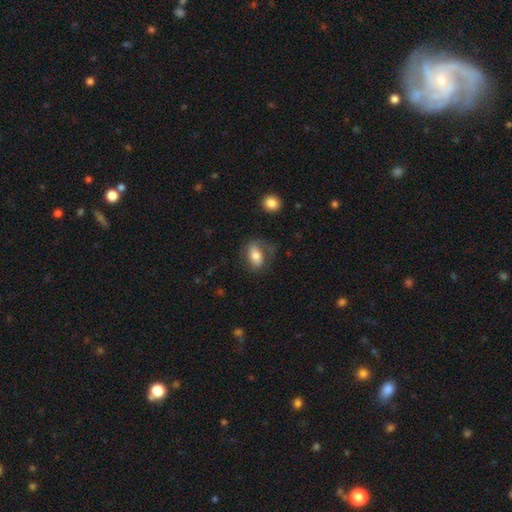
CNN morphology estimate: smooth-or-featured: smooth: 65% | featured or disk: 27% | star or artifact: 7%
  how-rounded: in between: 84% | round: 13% | cigar-shaped: 3%
  merging: none: 56% | minor disturbance: 22% | major disturbance: 19% | merger: 2%